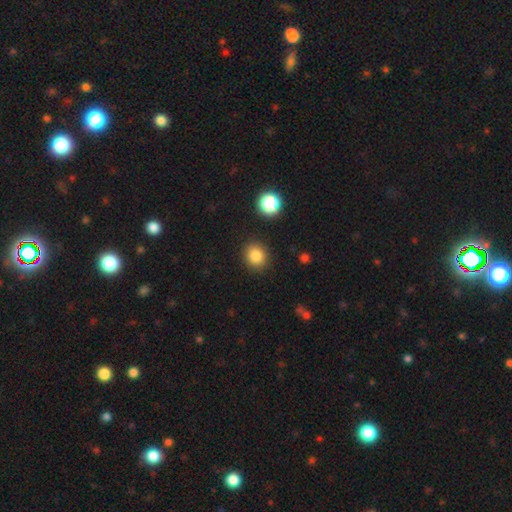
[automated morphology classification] smooth-or-featured: smooth: 84% | star or artifact: 11% | featured or disk: 5%
  how-rounded: round: 76% | in between: 23% | cigar-shaped: 1%
  merging: none: 88% | minor disturbance: 8% | major disturbance: 3% | merger: 2%